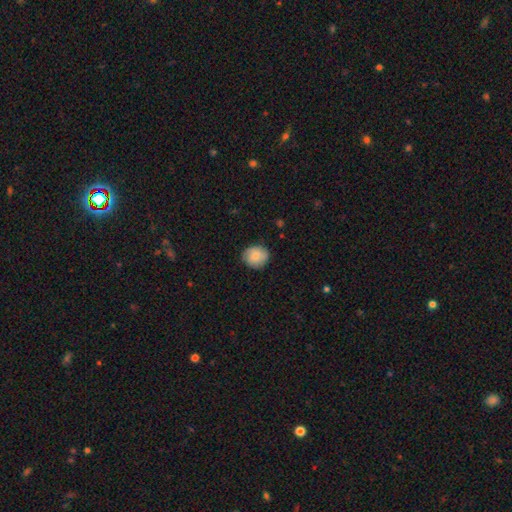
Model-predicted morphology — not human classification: Smooth or featured: smooth — 83% (featured or disk — 10%)
How rounded: round — 81% (in between — 18%)
Merging: none — 82% (minor disturbance — 15%)